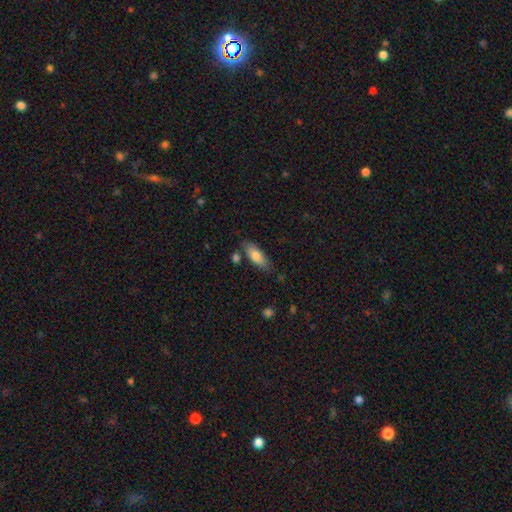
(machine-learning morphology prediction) smooth_or_featured: smooth (p=0.78) [alt: featured or disk p=0.16]
how_rounded: in between (p=0.68) [alt: cigar-shaped p=0.30]
merging: none (p=0.76) [alt: minor disturbance p=0.15]